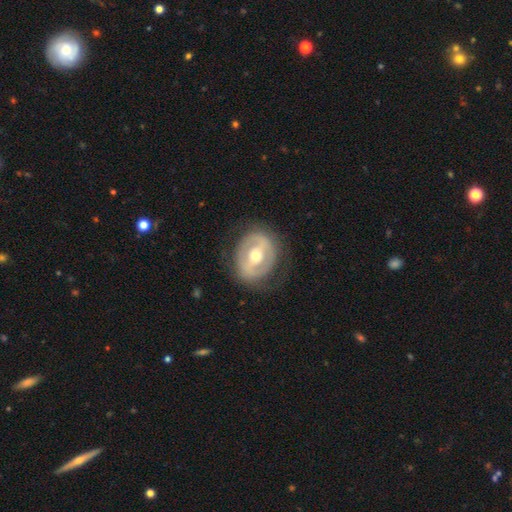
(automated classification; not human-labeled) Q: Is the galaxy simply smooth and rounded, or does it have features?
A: featured or disk — 69%.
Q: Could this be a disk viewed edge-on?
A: no — 94%.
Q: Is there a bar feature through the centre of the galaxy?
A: strong — 47%.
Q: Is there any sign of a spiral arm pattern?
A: no — 70%.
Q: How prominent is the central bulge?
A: moderate — 73%.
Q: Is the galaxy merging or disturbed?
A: none — 78%.